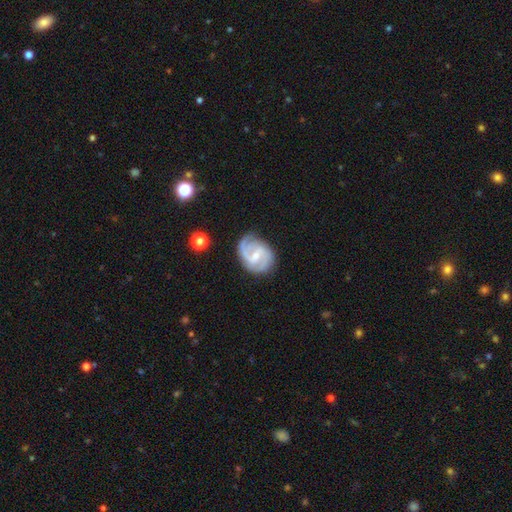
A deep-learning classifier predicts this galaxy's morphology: Q: Smooth or featured?
A: featured or disk (88%); runner-up: smooth (7%)
Q: Edge-on disk?
A: no (98%); runner-up: yes (2%)
Q: Bar?
A: weak (52%); runner-up: no (29%)
Q: Spiral arms?
A: yes (97%); runner-up: no (3%)
Q: Spiral winding?
A: medium (50%); runner-up: tight (37%)
Q: Spiral arm count?
A: 2 (68%); runner-up: 3 (18%)
Q: Bulge size?
A: small (53%); runner-up: moderate (44%)
Q: Merging?
A: none (75%); runner-up: minor disturbance (18%)